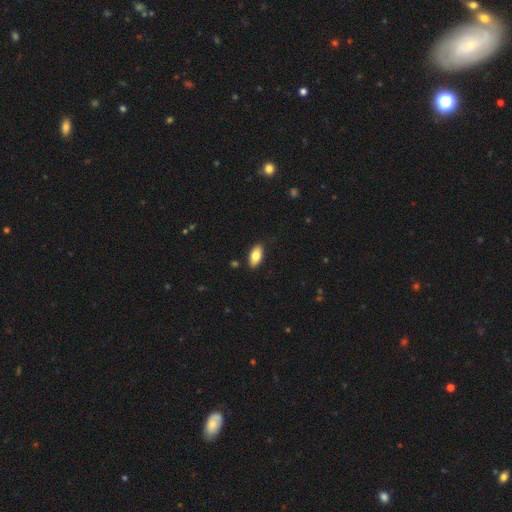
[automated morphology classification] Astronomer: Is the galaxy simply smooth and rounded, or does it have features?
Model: smooth — 80%.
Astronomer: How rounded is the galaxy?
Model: in between — 90%.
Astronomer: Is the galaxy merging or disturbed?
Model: none — 88%.